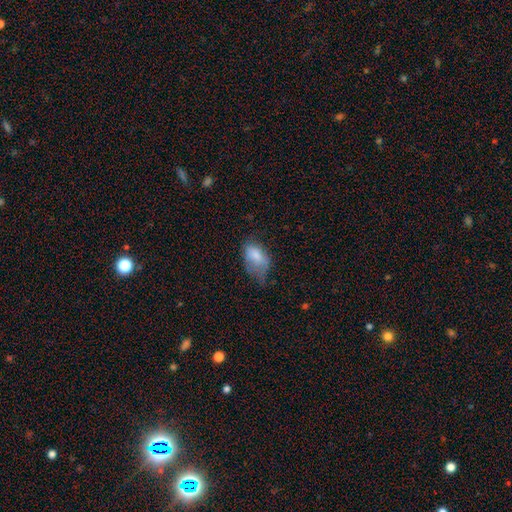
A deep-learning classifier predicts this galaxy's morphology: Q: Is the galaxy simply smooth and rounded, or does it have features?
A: smooth — 75%.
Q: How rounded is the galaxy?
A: in between — 90%.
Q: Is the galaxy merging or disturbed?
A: minor disturbance — 39%.